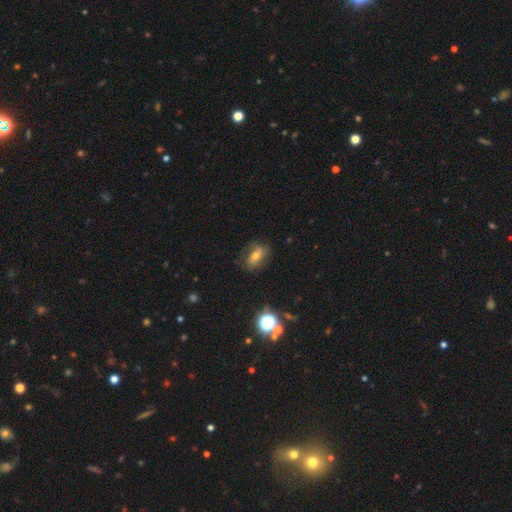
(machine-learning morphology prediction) A featured or disk galaxy (46%). Merging: none (67%).